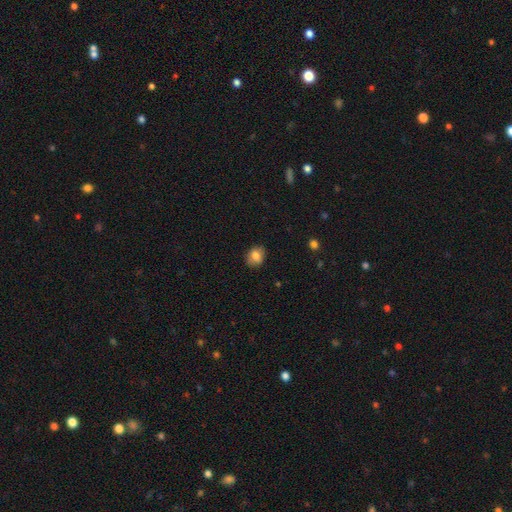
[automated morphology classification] smooth-or-featured: smooth: 81% | featured or disk: 10% | star or artifact: 9%
  how-rounded: in between: 53% | round: 46% | cigar-shaped: 1%
  merging: none: 84% | minor disturbance: 12% | major disturbance: 3% | merger: 1%